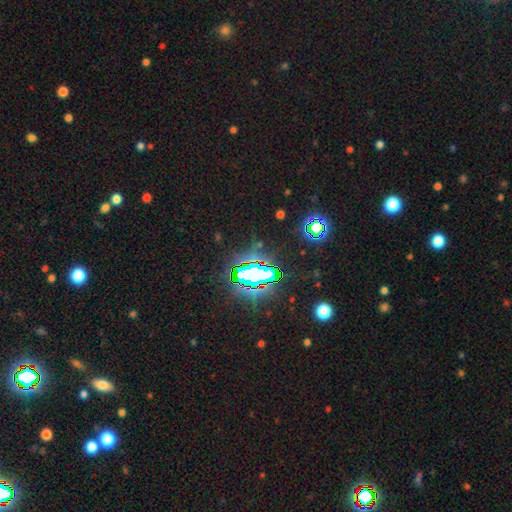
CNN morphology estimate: smooth-or-featured: star or artifact: 84% | smooth: 10% | featured or disk: 7%